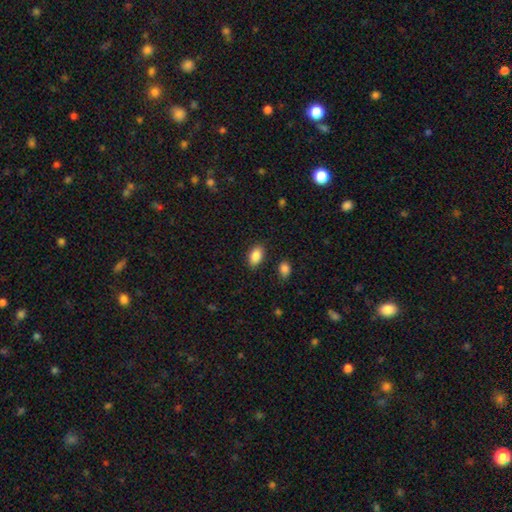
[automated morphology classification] Smooth or featured? smooth (88%)
How rounded? in between (91%)
Merging? none (85%)